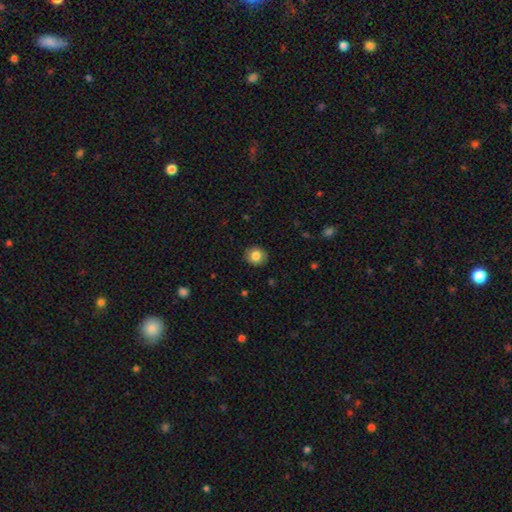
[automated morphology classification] Overall: smooth (84%). How rounded: round (84%). Merging: none (90%).